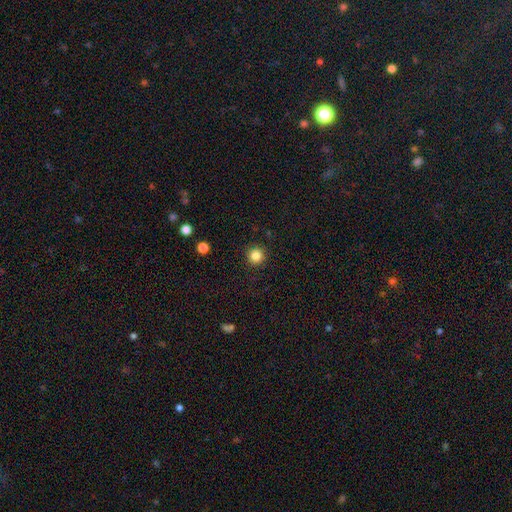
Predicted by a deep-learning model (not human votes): Smooth or featured: smooth — 84% (star or artifact — 11%)
How rounded: round — 95% (in between — 4%)
Merging: none — 91% (minor disturbance — 6%)